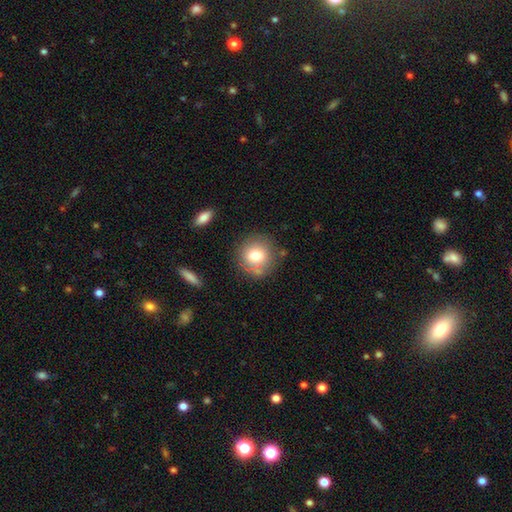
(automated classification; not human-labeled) smooth-or-featured: smooth: 75% | featured or disk: 15% | star or artifact: 10%
  how-rounded: round: 89% | in between: 10% | cigar-shaped: 1%
  merging: none: 77% | minor disturbance: 13% | merger: 6% | major disturbance: 4%